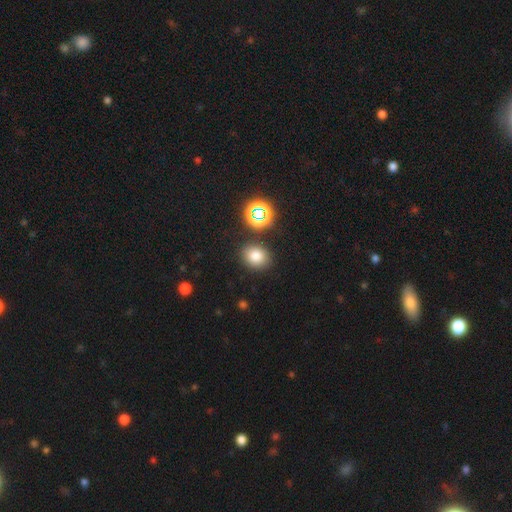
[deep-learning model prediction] smooth-or-featured: smooth: 76% | star or artifact: 17% | featured or disk: 7%
  how-rounded: round: 60% | in between: 39% | cigar-shaped: 1%
  merging: none: 83% | minor disturbance: 9% | merger: 4% | major disturbance: 3%